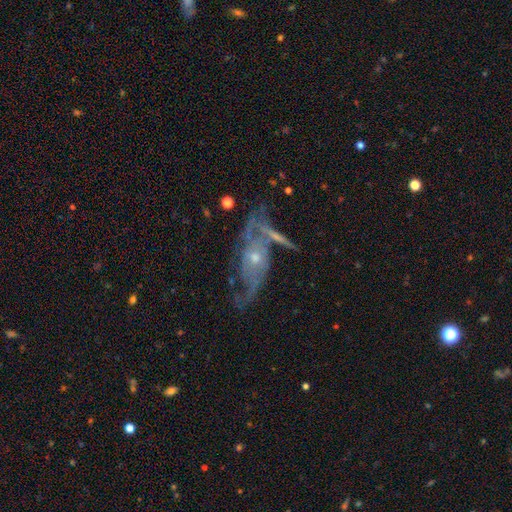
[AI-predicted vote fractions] smooth-or-featured: featured or disk: 81% | smooth: 10% | star or artifact: 9%
  disk-edge-on: no: 88% | yes: 12%
    bar: no: 71% | weak: 23% | strong: 6%
    has-spiral-arms: yes: 88% | no: 12%
      spiral-winding: medium: 41% | loose: 30% | tight: 29%
      spiral-arm-count: 2: 47% | can't tell: 25% | 3: 13% | 1: 5% | 4: 5% | more than 4: 4%
    bulge-size: small: 59% | moderate: 36% | none: 2% | large: 2% | dominant: 1%
  merging: none: 46% | minor disturbance: 19% | merger: 18% | major disturbance: 17%